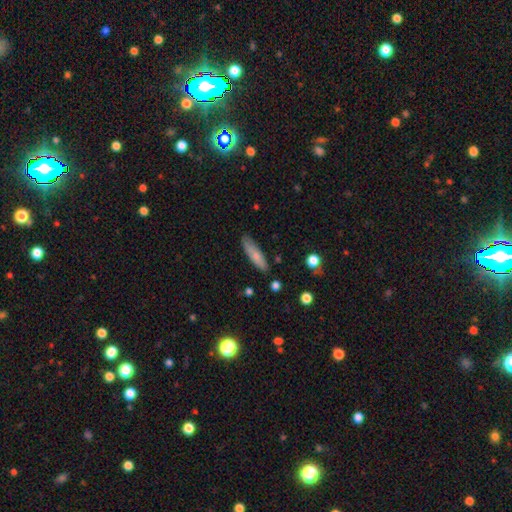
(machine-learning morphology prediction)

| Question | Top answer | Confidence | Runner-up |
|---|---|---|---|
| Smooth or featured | smooth | 75% | featured or disk (19%) |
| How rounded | cigar-shaped | 72% | in between (26%) |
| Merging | none | 82% | minor disturbance (14%) |